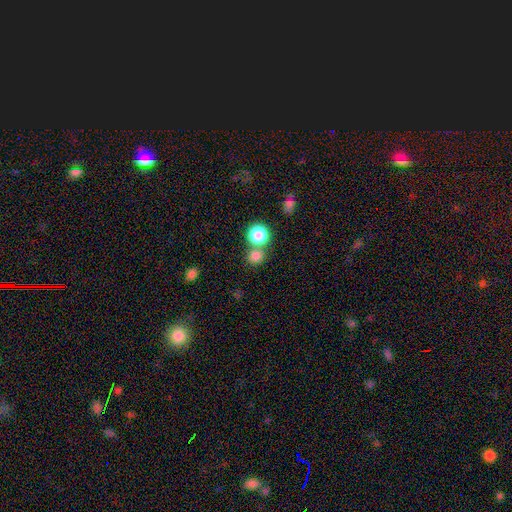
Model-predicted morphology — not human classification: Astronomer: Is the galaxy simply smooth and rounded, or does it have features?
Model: smooth — 80%.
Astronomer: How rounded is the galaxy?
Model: round — 86%.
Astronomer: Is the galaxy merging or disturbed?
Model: none — 54% (runner-up: merger, 37%).